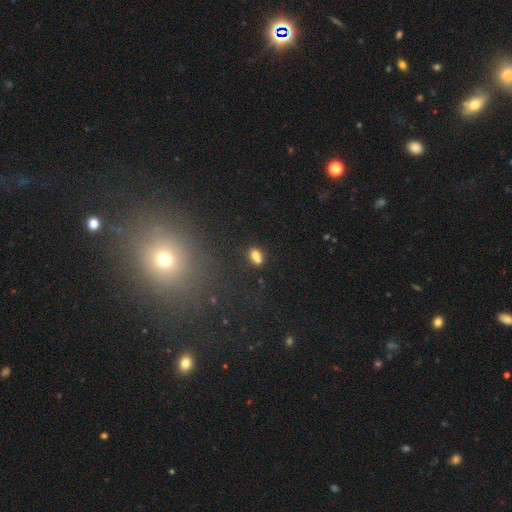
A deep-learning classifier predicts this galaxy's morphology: Smooth or featured?
  - smooth: 76% *
  - star or artifact: 13%
  - featured or disk: 11%
How rounded?
  - in between: 64% *
  - round: 34%
  - cigar-shaped: 2%
Merging?
  - none: 48% *
  - merger: 34%
  - minor disturbance: 13%
  - major disturbance: 5%